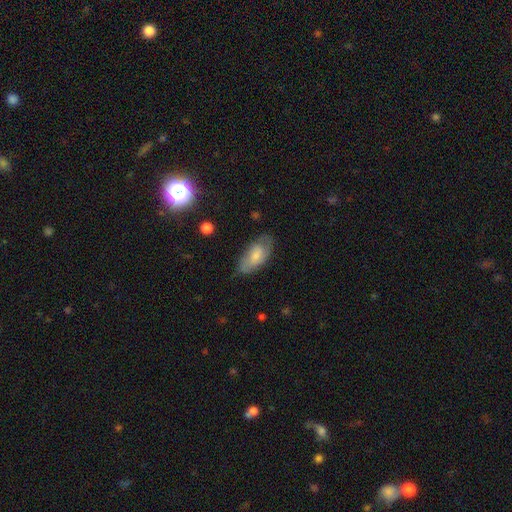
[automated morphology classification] Q: Smooth or featured?
A: smooth (60%); runner-up: featured or disk (33%)
Q: How rounded?
A: in between (90%); runner-up: cigar-shaped (7%)
Q: Merging?
A: none (67%); runner-up: minor disturbance (25%)